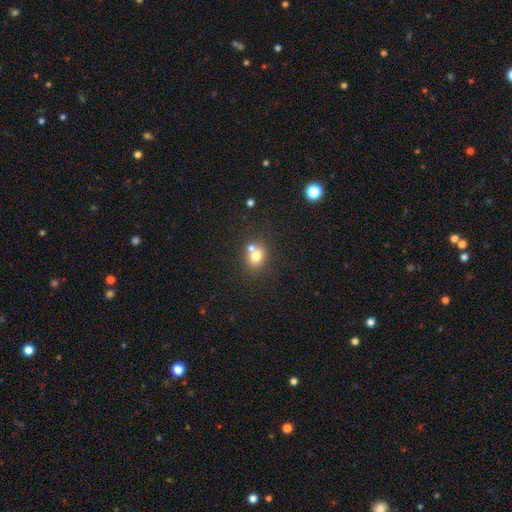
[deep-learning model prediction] Smooth or featured? smooth (73%)
How rounded? round (62%)
Merging? none (48%)